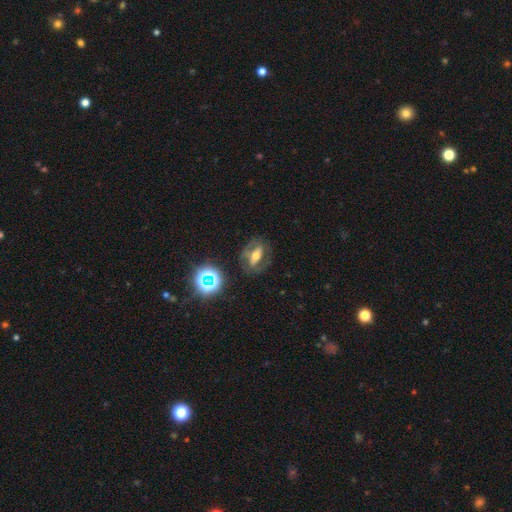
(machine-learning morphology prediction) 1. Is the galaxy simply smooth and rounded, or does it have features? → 61% featured or disk, 24% smooth, 15% star or artifact.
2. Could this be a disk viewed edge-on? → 86% no, 14% yes.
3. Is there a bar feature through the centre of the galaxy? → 51% strong, 25% weak, 24% no.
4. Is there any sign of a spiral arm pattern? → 58% yes, 42% no.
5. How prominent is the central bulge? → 64% moderate, 20% small, 12% large, 2% dominant, 2% none.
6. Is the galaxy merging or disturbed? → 72% none, 16% minor disturbance, 10% major disturbance, 2% merger.